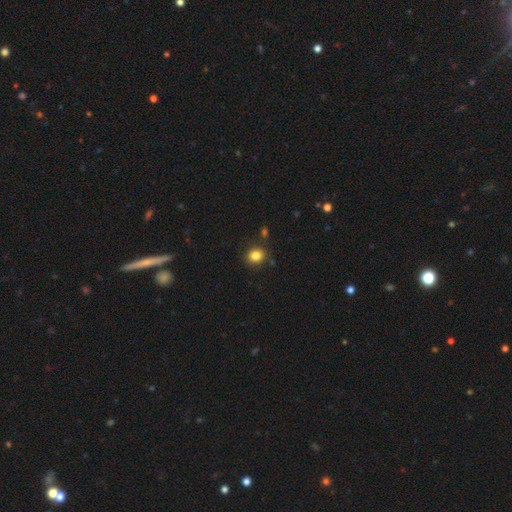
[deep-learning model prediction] Smooth or featured? Predicted: smooth (p=0.84). How rounded? Predicted: round (p=0.69). Merging? Predicted: none (p=0.86).